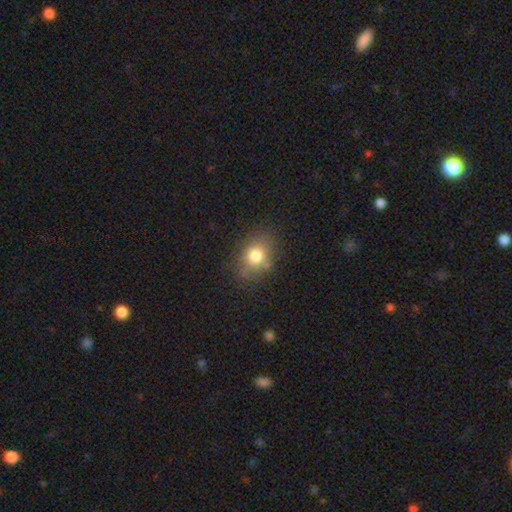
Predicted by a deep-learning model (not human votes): Smooth or featured? smooth (78%)
How rounded? round (52%)
Merging? none (78%)